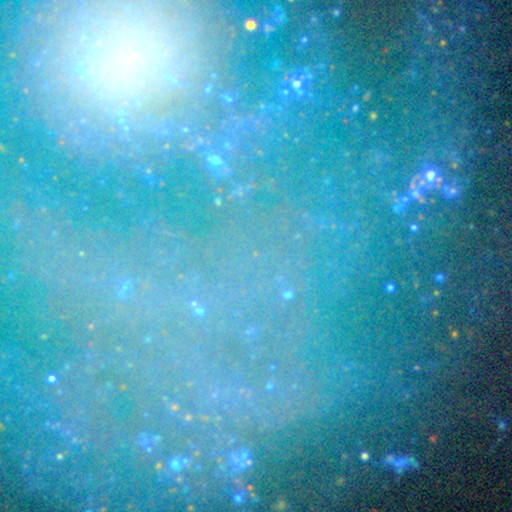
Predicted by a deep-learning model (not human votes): This appears to be a star or artifact, not a galaxy (59%).